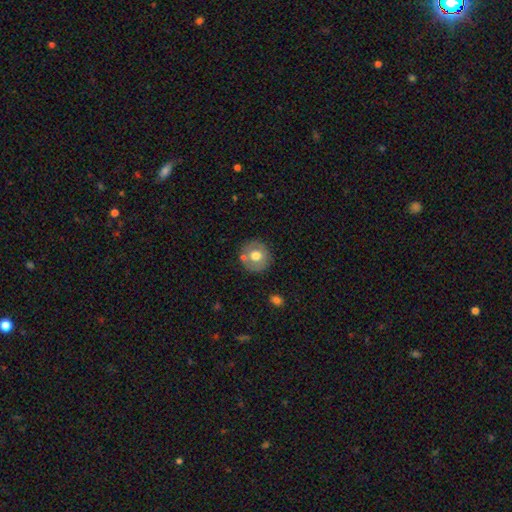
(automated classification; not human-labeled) Smooth or featured: smooth — 62% (featured or disk — 30%)
How rounded: round — 91% (in between — 8%)
Merging: none — 77% (minor disturbance — 12%)